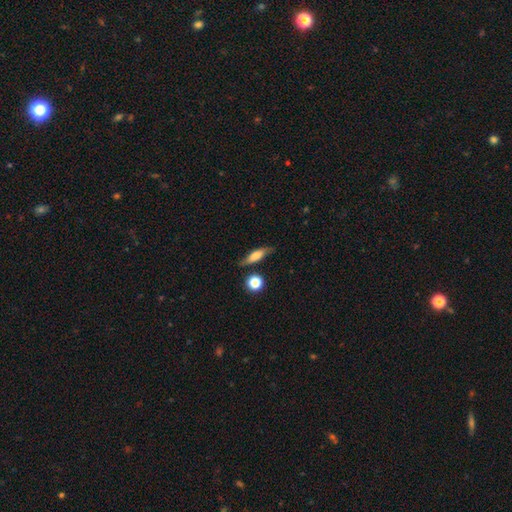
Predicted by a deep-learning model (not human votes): The model was most divided on "how rounded": cigar-shaped: 50%, in between: 42%, round: 8%. More confident: merging — none (70%); smooth or featured — smooth (61%).